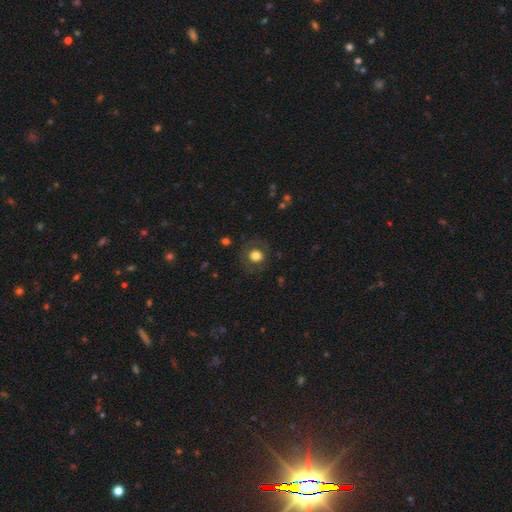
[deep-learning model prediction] Q: Smooth or featured?
A: smooth (70%); runner-up: featured or disk (20%)
Q: How rounded?
A: round (85%); runner-up: in between (14%)
Q: Merging?
A: none (81%); runner-up: minor disturbance (11%)